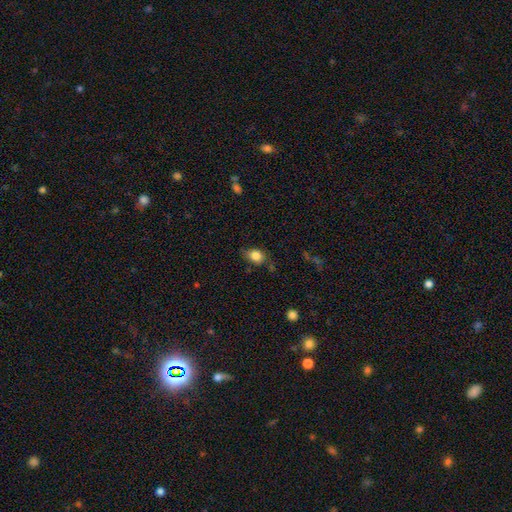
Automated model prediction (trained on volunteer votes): A smooth galaxy with no disk features (83%) that is in between round and cigar-shaped (63%). Merging: none (67%).